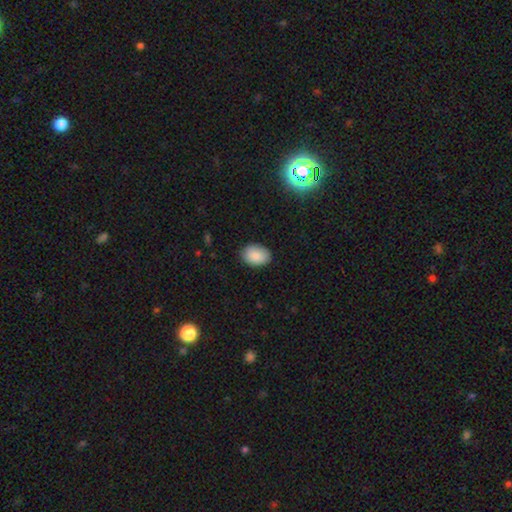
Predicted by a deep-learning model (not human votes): The model was most divided on "how rounded": in between: 81%, round: 18%, cigar-shaped: 1%. More confident: smooth or featured — smooth (88%); merging — none (86%).